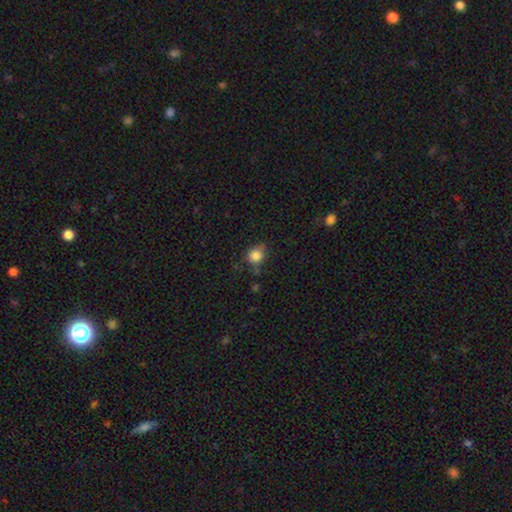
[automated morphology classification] smooth 84%, star or artifact 11%, featured or disk 6%. Down the decision tree: how rounded — round (77%); merging — none (66%).